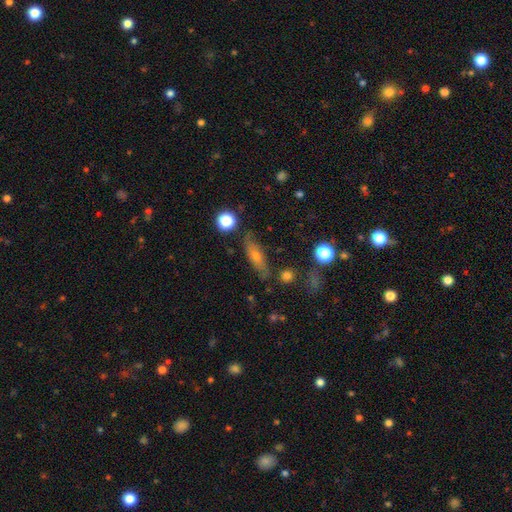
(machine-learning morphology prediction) A smooth galaxy with no disk features (52%) that is cigar-shaped (52%). Merging: none (77%).